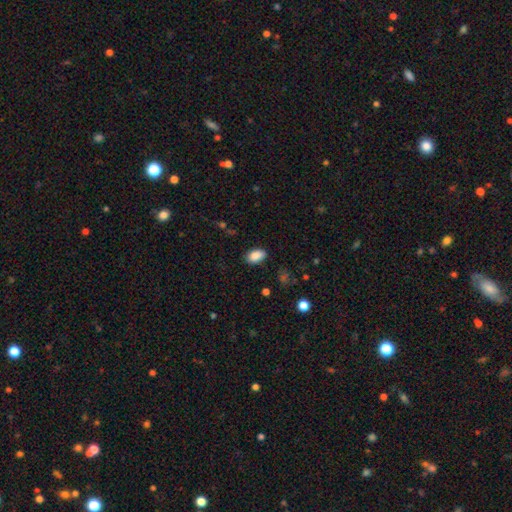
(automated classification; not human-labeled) smooth 88%, star or artifact 8%, featured or disk 4%. Down the decision tree: how rounded — in between (91%); merging — none (84%).